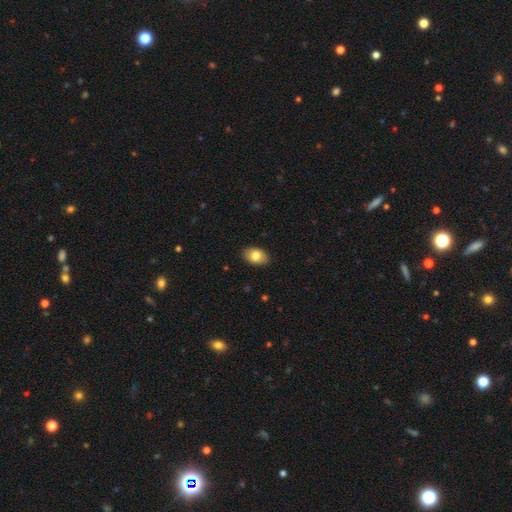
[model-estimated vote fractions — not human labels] Smooth or featured: smooth — 82% (featured or disk — 11%)
How rounded: in between — 86% (round — 13%)
Merging: none — 87% (minor disturbance — 10%)